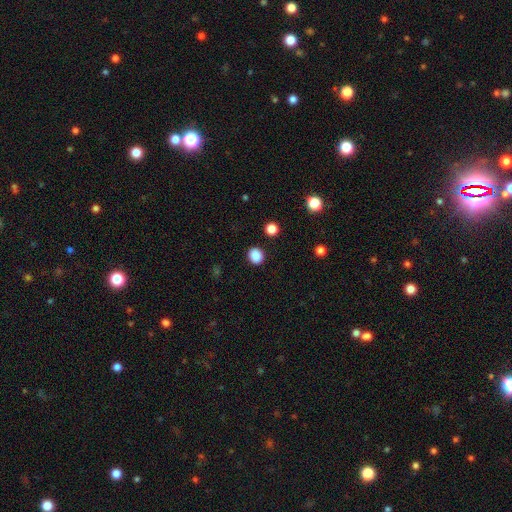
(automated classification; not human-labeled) smooth 87%, star or artifact 10%, featured or disk 3%. Down the decision tree: how rounded — round (78%); merging — none (91%).